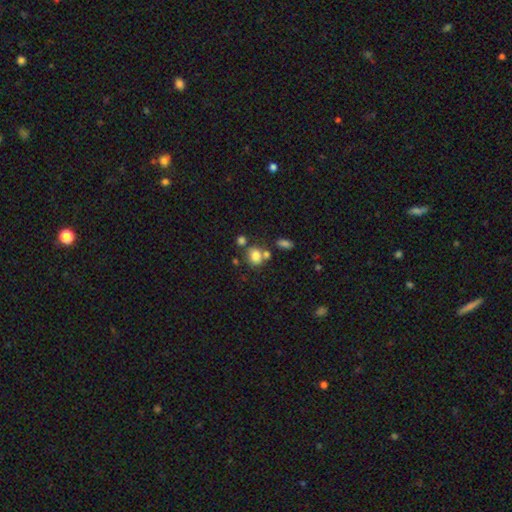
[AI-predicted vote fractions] Morphology: type=smooth (79%); roundness=round (55%); merging=none (55%).